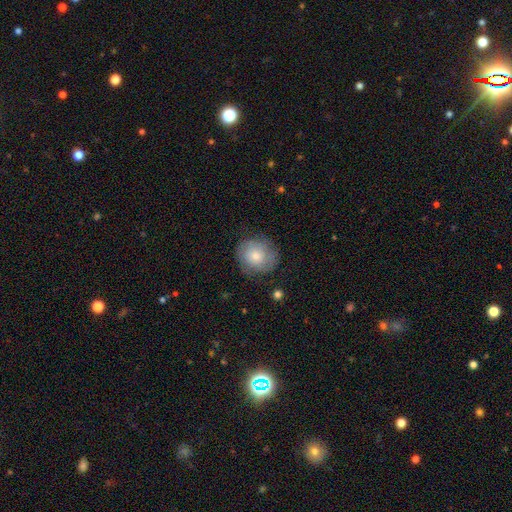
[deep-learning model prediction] Smooth or featured? smooth (71%)
How rounded? round (83%)
Merging? none (75%)